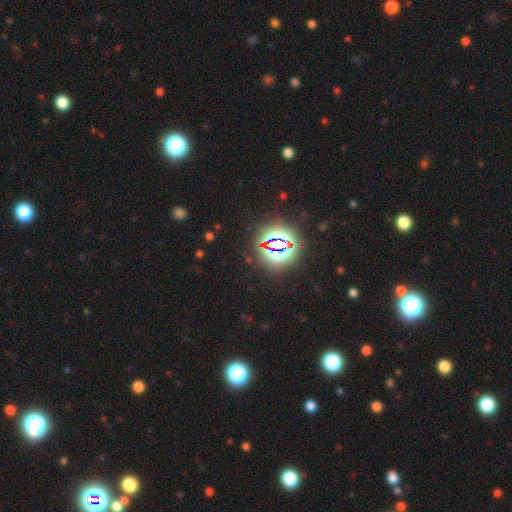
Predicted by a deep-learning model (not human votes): Overall: star or artifact (80%).